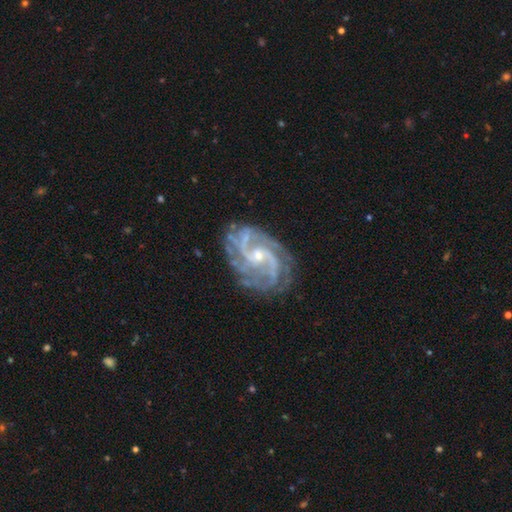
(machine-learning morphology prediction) Q: Smooth or featured?
A: featured or disk (90%); runner-up: star or artifact (7%)
Q: Edge-on disk?
A: no (97%); runner-up: yes (3%)
Q: Bar?
A: weak (42%); tied with: no (42%)
Q: Spiral arms?
A: yes (98%); runner-up: no (2%)
Q: Spiral winding?
A: tight (51%); runner-up: medium (40%)
Q: Spiral arm count?
A: 3 (24%); runner-up: 2 (22%)
Q: Bulge size?
A: small (60%); runner-up: moderate (35%)
Q: Merging?
A: none (80%); runner-up: minor disturbance (14%)